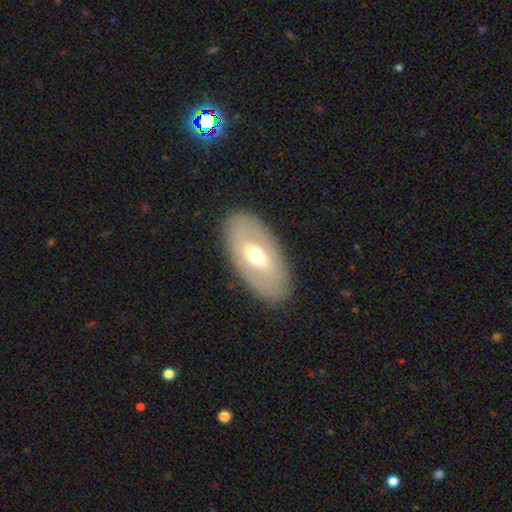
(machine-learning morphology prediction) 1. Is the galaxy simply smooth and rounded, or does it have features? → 47% featured or disk (tied), 47% smooth (tied), 6% star or artifact.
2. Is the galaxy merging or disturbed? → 86% none, 10% minor disturbance, 3% major disturbance, 1% merger.